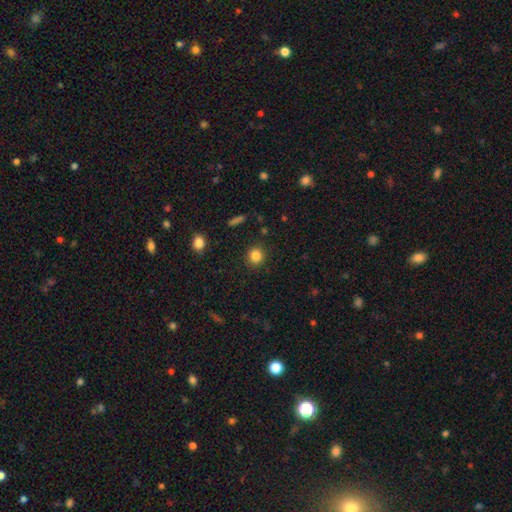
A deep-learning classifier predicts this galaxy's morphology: A smooth galaxy with no disk features (84%) that is round (90%).

Vote fractions:
- Smooth or featured? smooth: 84% / star or artifact: 11% / featured or disk: 5%
- How rounded? round: 90% / in between: 9% / cigar-shaped: 1%
- Merging? none: 90% / minor disturbance: 7% / major disturbance: 2% / merger: 1%